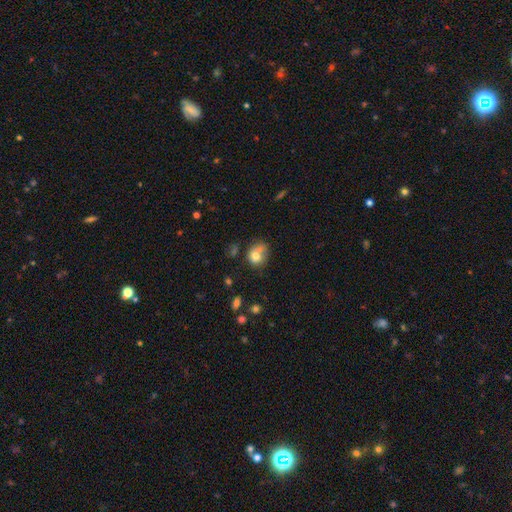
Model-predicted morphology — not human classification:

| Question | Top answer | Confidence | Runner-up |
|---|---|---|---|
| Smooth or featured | smooth | 74% | featured or disk (17%) |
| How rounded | round | 60% | in between (39%) |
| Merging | none | 37% | minor disturbance (26%) |